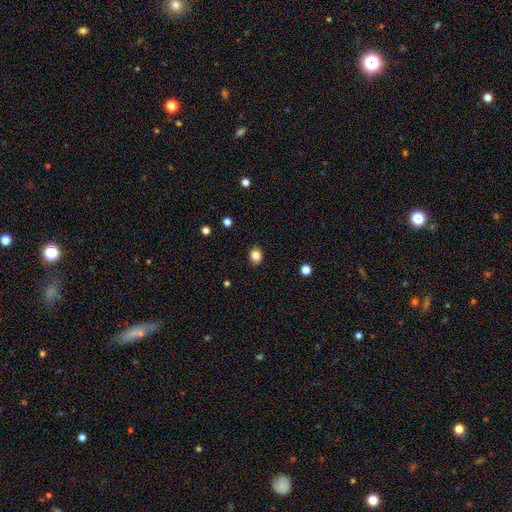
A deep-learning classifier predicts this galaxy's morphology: type=smooth (84%); roundness=round (54%); merging=none (89%).